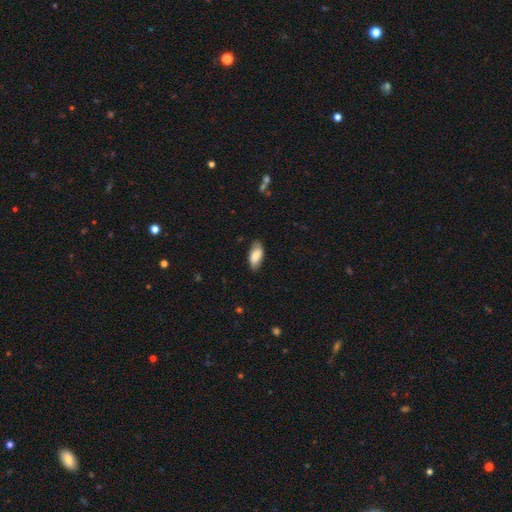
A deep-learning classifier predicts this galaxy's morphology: Smooth or featured?
  - smooth: 75% *
  - featured or disk: 19%
  - star or artifact: 6%
How rounded?
  - in between: 89% *
  - cigar-shaped: 9%
  - round: 2%
Merging?
  - none: 78% *
  - minor disturbance: 17%
  - major disturbance: 3%
  - merger: 1%